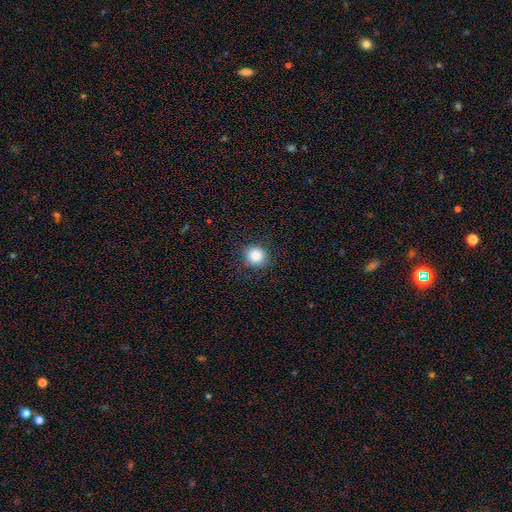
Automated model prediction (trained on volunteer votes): Smooth or featured? Predicted: smooth (p=0.85). How rounded? Predicted: round (p=0.90). Merging? Predicted: none (p=0.87).